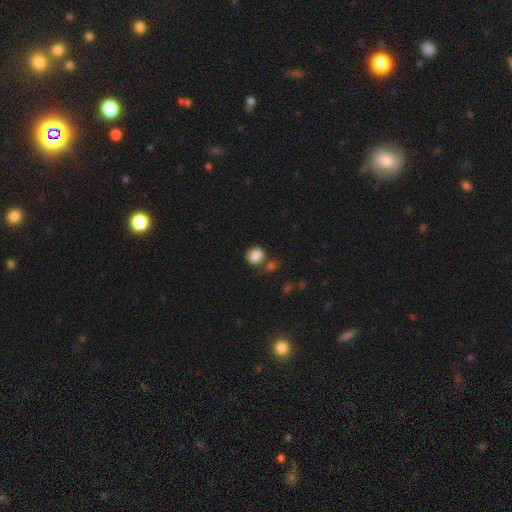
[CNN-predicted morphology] type=smooth (86%); roundness=round (63%); merging=none (63%).